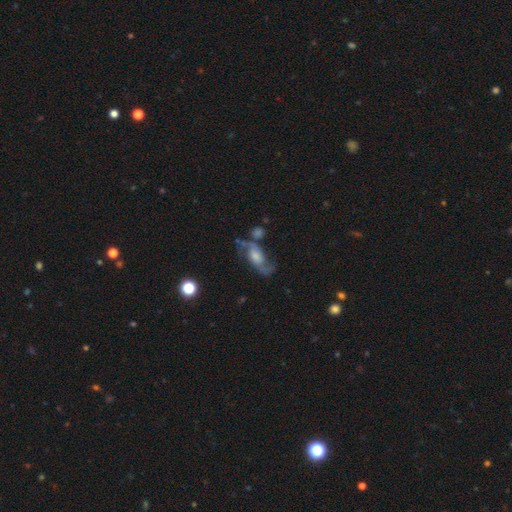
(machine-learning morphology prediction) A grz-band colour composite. It shows a featured or disk galaxy (77%) with no bar (56%), 2 (89%) loose (56%) spiral arms (92%) and a moderate central bulge (41%). Merging: none (56%).